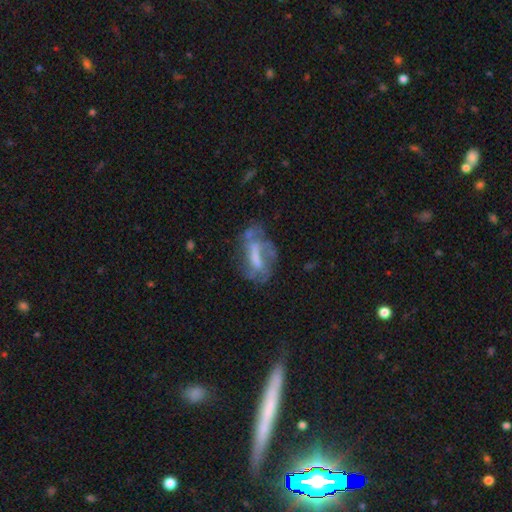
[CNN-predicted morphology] This appears to be a featured or disk galaxy (54%). Merging: none (36%).